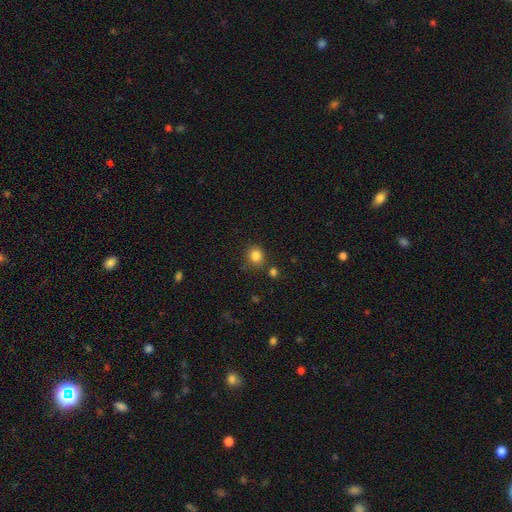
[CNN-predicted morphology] This is clearly a smooth galaxy (84%). How rounded: clearly round (82%). Merging: likely none (78%).